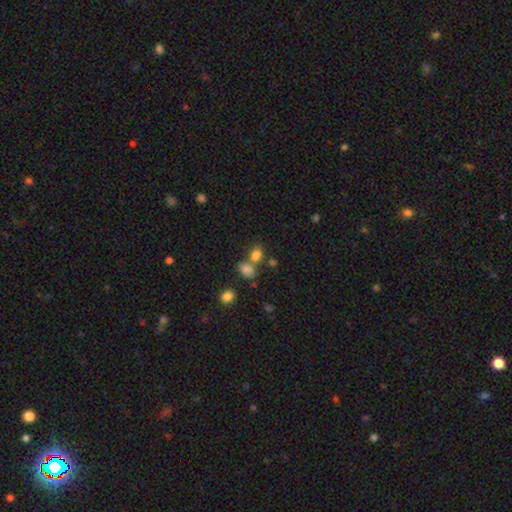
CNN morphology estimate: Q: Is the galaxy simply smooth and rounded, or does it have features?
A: smooth — 79%.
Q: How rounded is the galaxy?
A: in between — 66%.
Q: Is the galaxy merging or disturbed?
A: none — 46%.